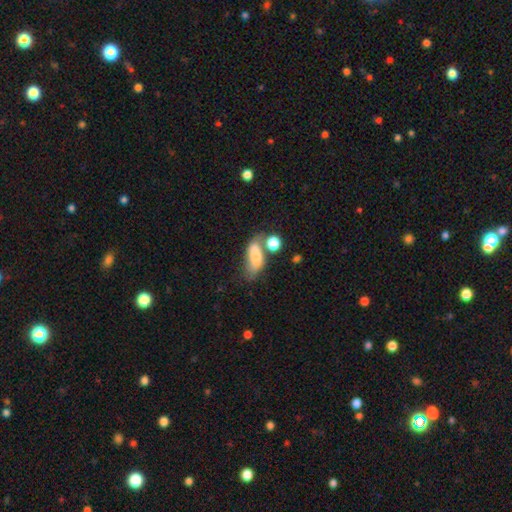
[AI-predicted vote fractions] Morphology: type=smooth (69%); roundness=in between (75%); merging=none (33%).